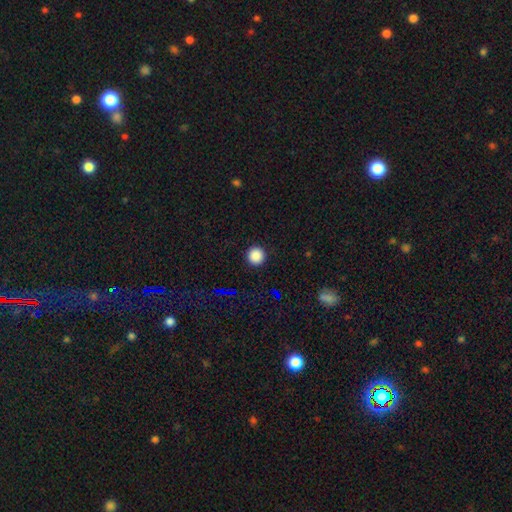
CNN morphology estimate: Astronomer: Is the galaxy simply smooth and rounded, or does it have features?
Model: smooth — 84%.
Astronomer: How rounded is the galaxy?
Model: round — 96%.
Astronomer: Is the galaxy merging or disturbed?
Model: none — 92%.